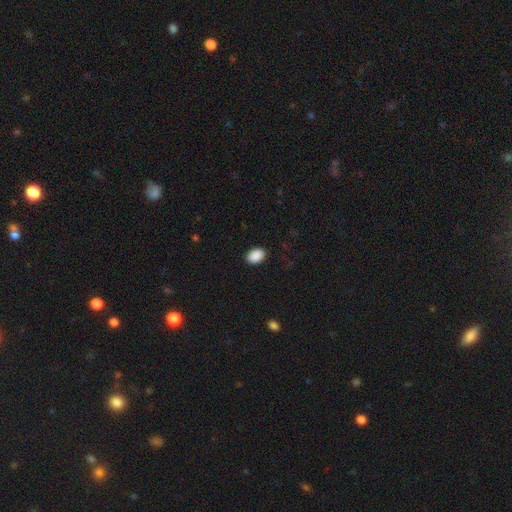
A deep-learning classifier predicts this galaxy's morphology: smooth-or-featured: smooth: 90% | star or artifact: 7% | featured or disk: 3%
  how-rounded: in between: 85% | round: 13% | cigar-shaped: 1%
  merging: none: 89% | minor disturbance: 8% | major disturbance: 2% | merger: 1%